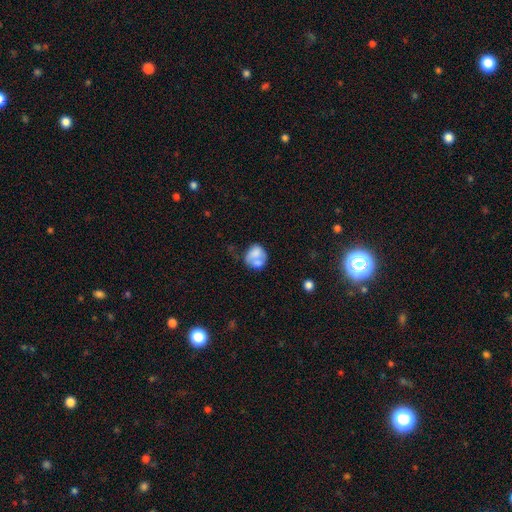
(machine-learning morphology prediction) Smooth or featured?
  - smooth: 65% *
  - featured or disk: 26%
  - star or artifact: 9%
How rounded?
  - round: 61% *
  - in between: 38%
  - cigar-shaped: 1%
Merging?
  - merger: 37% *
  - none: 30%
  - minor disturbance: 19%
  - major disturbance: 14%